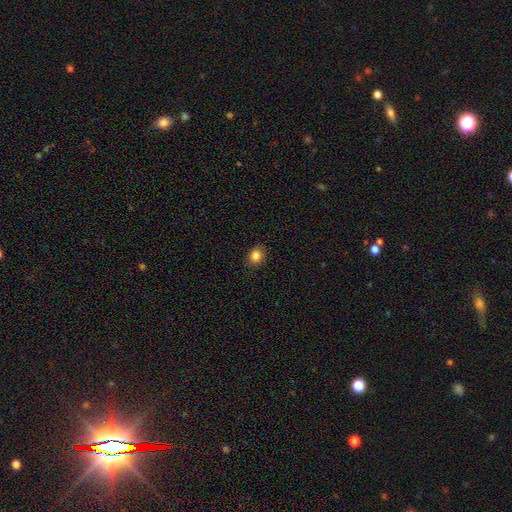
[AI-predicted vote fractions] Smooth or featured: smooth — 84% (star or artifact — 11%)
How rounded: round — 60% (in between — 39%)
Merging: none — 88% (minor disturbance — 9%)